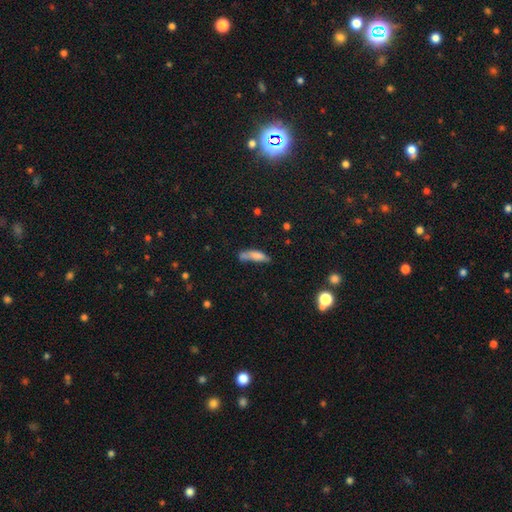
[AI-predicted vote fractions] A smooth galaxy with no disk features (74%) that is cigar-shaped (58%).

Vote fractions:
- Smooth or featured? smooth: 74% / featured or disk: 17% / star or artifact: 10%
- How rounded? cigar-shaped: 58% / in between: 40% / round: 3%
- Merging? none: 38% / minor disturbance: 26% / merger: 21% / major disturbance: 15%